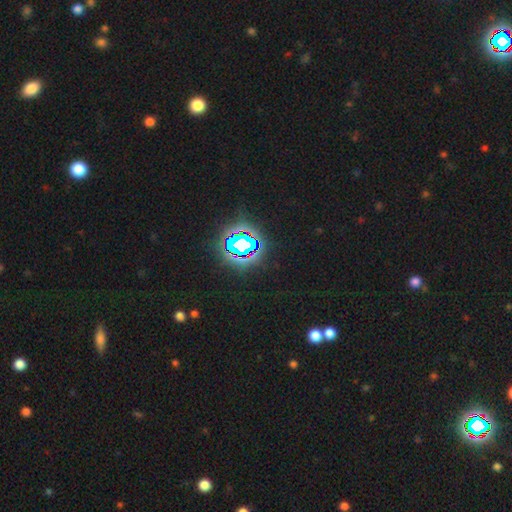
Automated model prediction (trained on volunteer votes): The model was most divided on "smooth or featured": star or artifact: 83%, smooth: 10%, featured or disk: 6%.